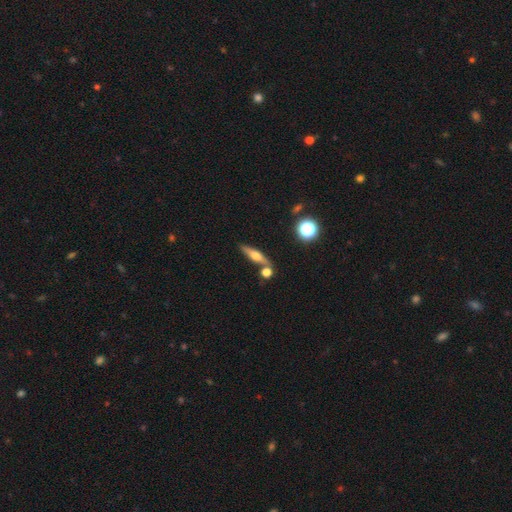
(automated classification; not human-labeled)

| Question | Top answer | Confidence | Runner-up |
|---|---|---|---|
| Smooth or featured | featured or disk | 57% | smooth (35%) |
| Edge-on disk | yes | 93% | no (7%) |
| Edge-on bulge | rounded | 91% | boxy (6%) |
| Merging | none | 75% | merger (13%) |